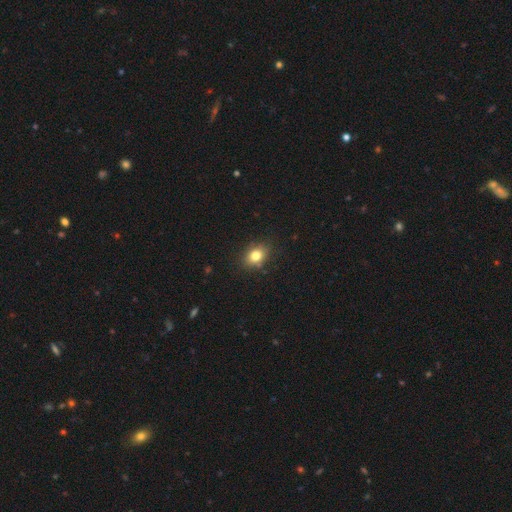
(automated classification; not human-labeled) The model was most divided on "how rounded": in between: 67%, round: 32%, cigar-shaped: 1%. More confident: merging — none (83%); smooth or featured — smooth (80%).